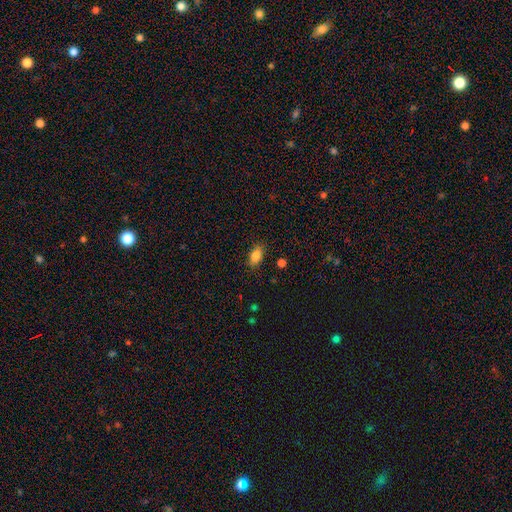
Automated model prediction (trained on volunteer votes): Q: Smooth or featured?
A: smooth (85%); runner-up: star or artifact (9%)
Q: How rounded?
A: in between (88%); runner-up: round (7%)
Q: Merging?
A: none (85%); runner-up: minor disturbance (11%)